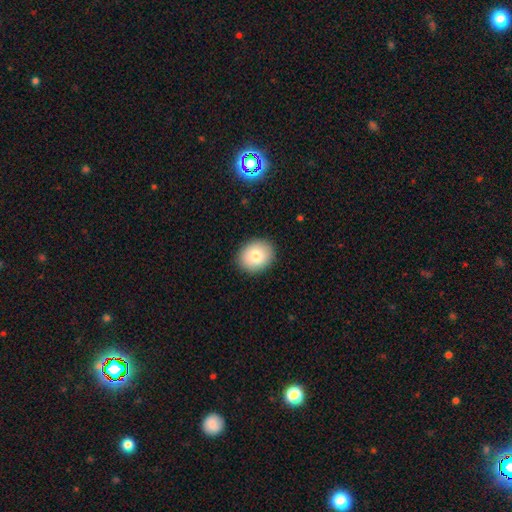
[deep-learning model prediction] Smooth or featured? smooth (81%)
How rounded? round (57%)
Merging? none (90%)